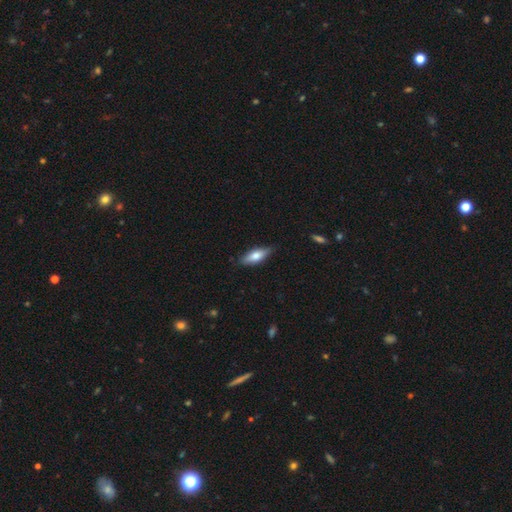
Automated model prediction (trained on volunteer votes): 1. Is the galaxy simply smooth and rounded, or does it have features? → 68% smooth, 26% featured or disk, 6% star or artifact.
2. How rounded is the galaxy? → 63% in between, 34% cigar-shaped, 2% round.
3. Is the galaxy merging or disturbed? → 81% none, 15% minor disturbance, 2% major disturbance, 1% merger.